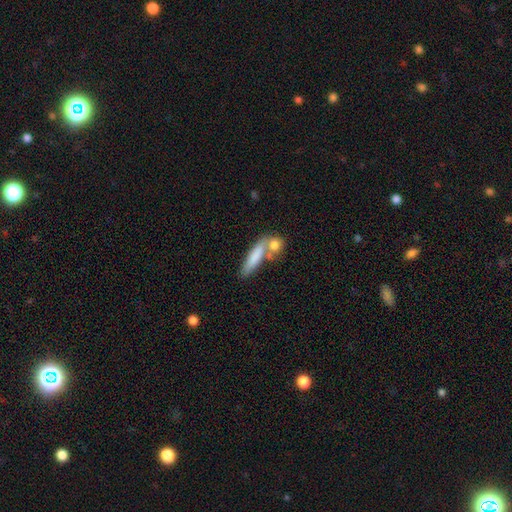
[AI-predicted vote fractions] Morphology: type=smooth (77%); roundness=cigar-shaped (66%); merging=none (49%).